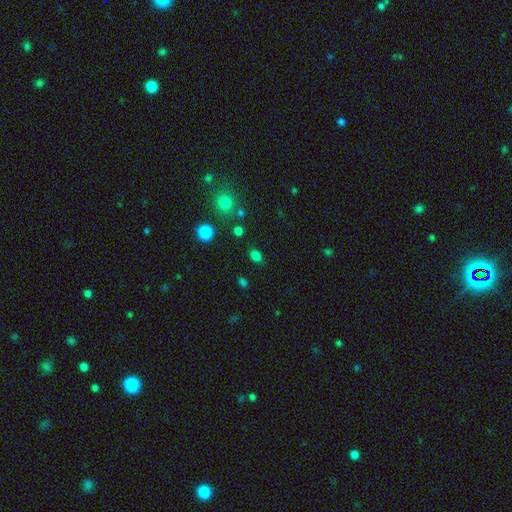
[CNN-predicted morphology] This is likely a smooth galaxy (77%). How rounded: likely in between (60%). Merging: likely none (79%).